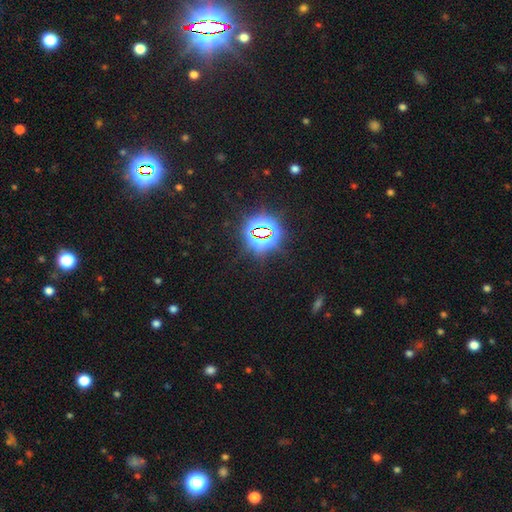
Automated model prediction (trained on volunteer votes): smooth-or-featured: star or artifact: 81% | smooth: 12% | featured or disk: 7%